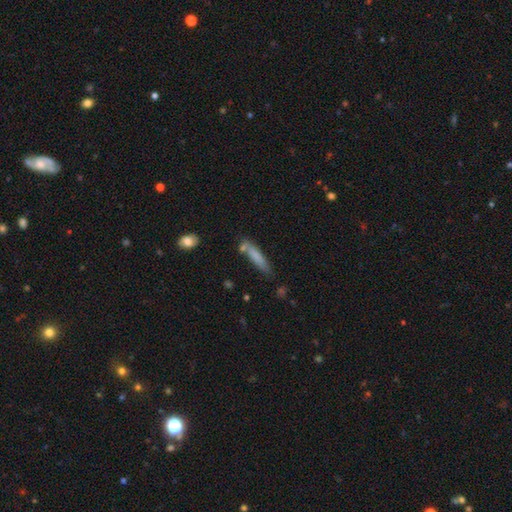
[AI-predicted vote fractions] smooth_or_featured: smooth (p=0.77) [alt: featured or disk p=0.16]
how_rounded: cigar-shaped (p=0.85) [alt: in between p=0.14]
merging: none (p=0.66) [alt: minor disturbance p=0.19]